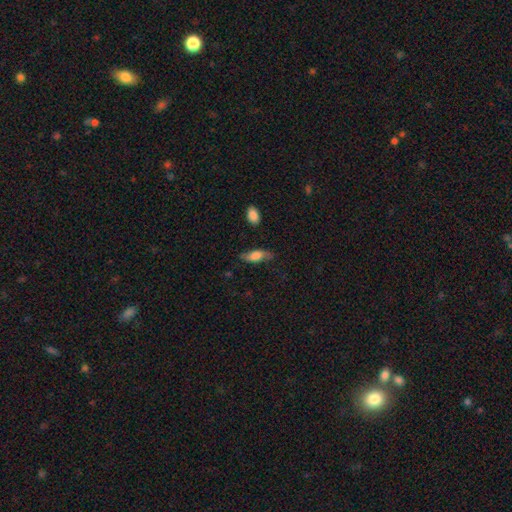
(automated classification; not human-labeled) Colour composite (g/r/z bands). It shows a smooth galaxy with no disk features (62%) that is in between round and cigar-shaped (74%). Merging: none (67%).